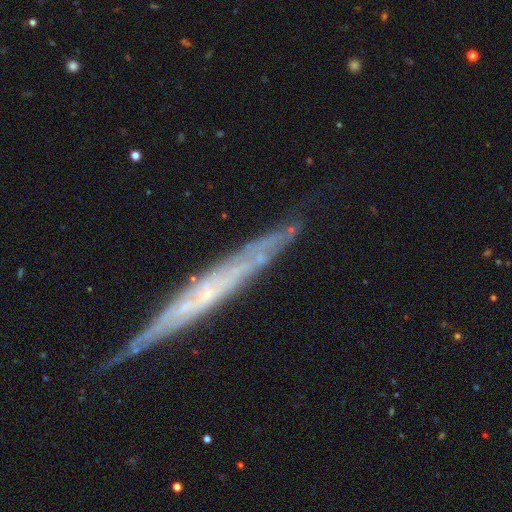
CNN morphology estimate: smooth_or_featured: featured or disk (p=0.77) [alt: smooth p=0.15]
disk_edge_on: yes (p=0.85) [alt: no p=0.15]
edge_on_bulge: none (p=0.72) [alt: rounded p=0.23]
merging: none (p=0.79) [alt: minor disturbance p=0.16]